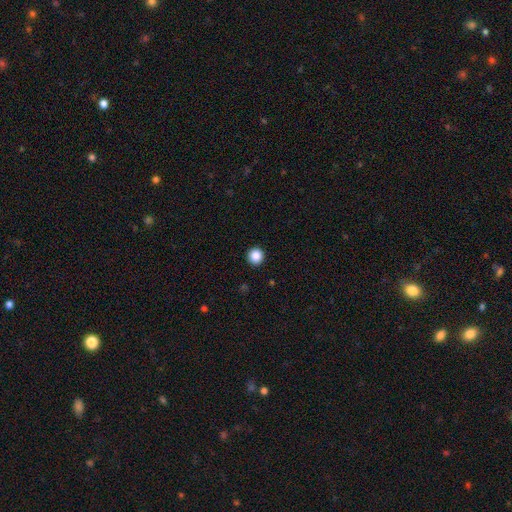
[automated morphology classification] smooth_or_featured: smooth (p=0.87) [alt: star or artifact p=0.09]
how_rounded: round (p=0.96) [alt: in between p=0.03]
merging: none (p=0.94) [alt: minor disturbance p=0.04]